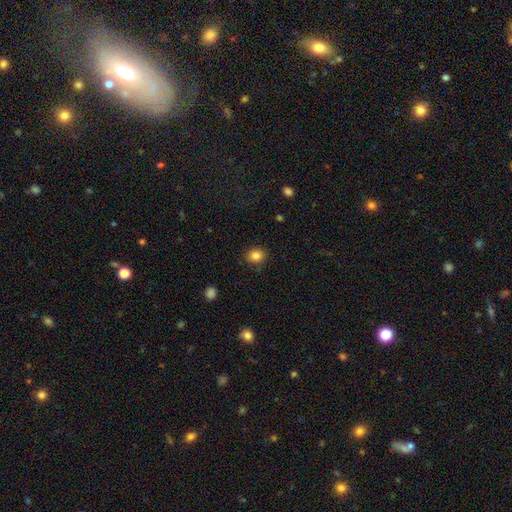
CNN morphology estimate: smooth_or_featured: smooth (p=0.84) [alt: star or artifact p=0.11]
how_rounded: round (p=0.73) [alt: in between p=0.26]
merging: none (p=0.88) [alt: minor disturbance p=0.08]